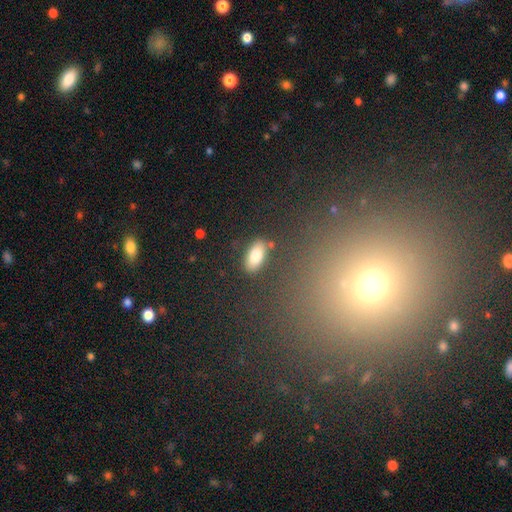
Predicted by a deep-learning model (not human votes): Smooth or featured? smooth (80%)
How rounded? in between (90%)
Merging? none (83%)